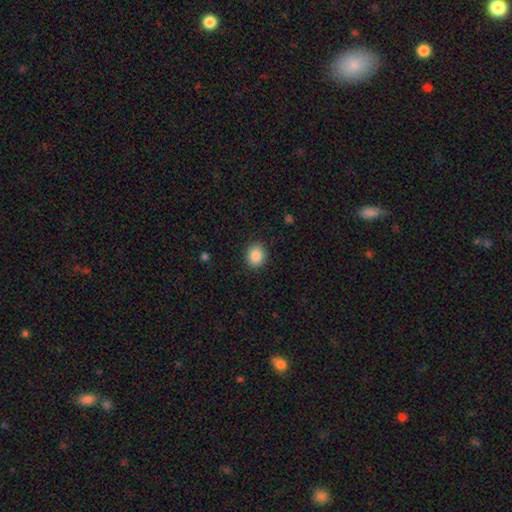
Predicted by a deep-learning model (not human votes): Smooth or featured?
  - smooth: 87% *
  - star or artifact: 9%
  - featured or disk: 4%
How rounded?
  - round: 68% *
  - in between: 31%
  - cigar-shaped: 1%
Merging?
  - none: 88% *
  - minor disturbance: 8%
  - major disturbance: 3%
  - merger: 1%